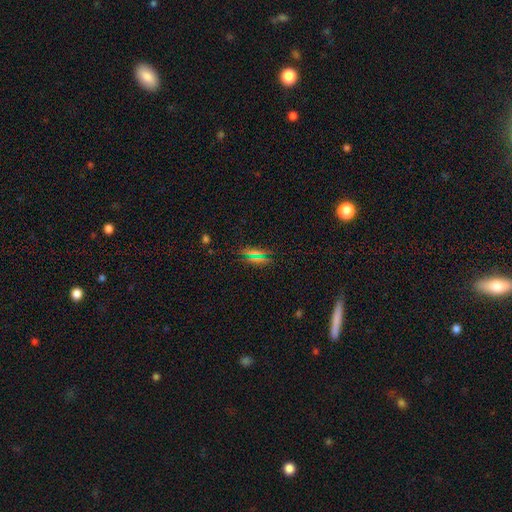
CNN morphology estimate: This appears to be a smooth galaxy with no disk features (64%) that is in between round and cigar-shaped (52%). Merging: none (82%).